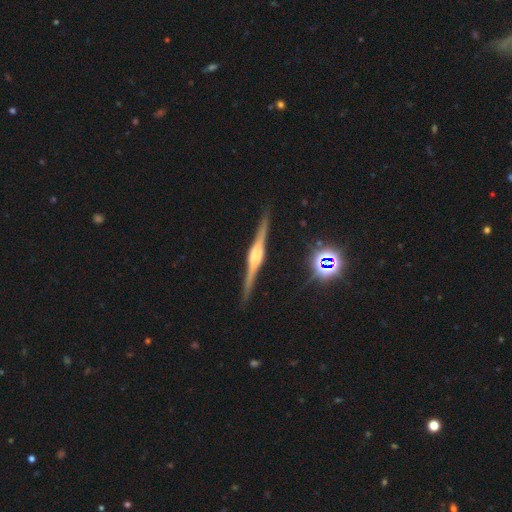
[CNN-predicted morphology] Overall: featured or disk (86%). Edge-on disk: yes (98%). Edge-on bulge: rounded (63%; boxy 33%). Merging: none (89%).